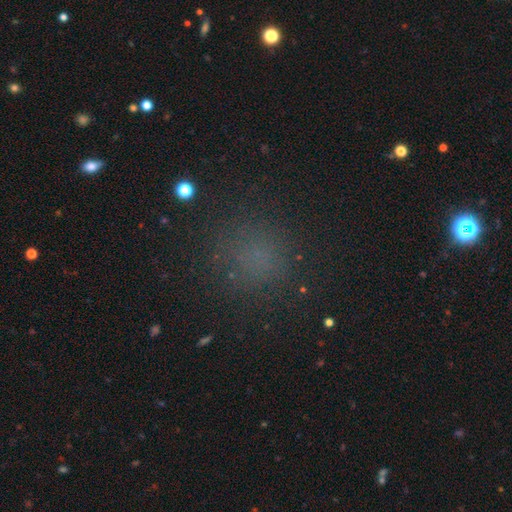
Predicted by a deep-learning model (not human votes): This is likely a smooth galaxy (65%). How rounded: clearly round (90%). Merging: clearly none (85%).